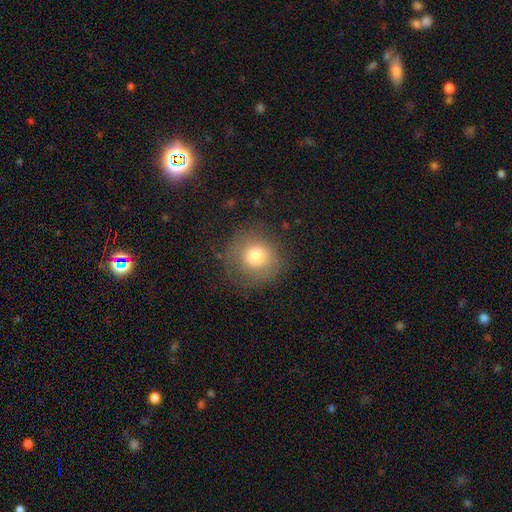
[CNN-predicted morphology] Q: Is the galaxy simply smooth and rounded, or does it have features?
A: smooth — 76%.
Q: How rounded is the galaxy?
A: round — 91%.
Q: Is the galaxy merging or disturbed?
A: none — 77%.